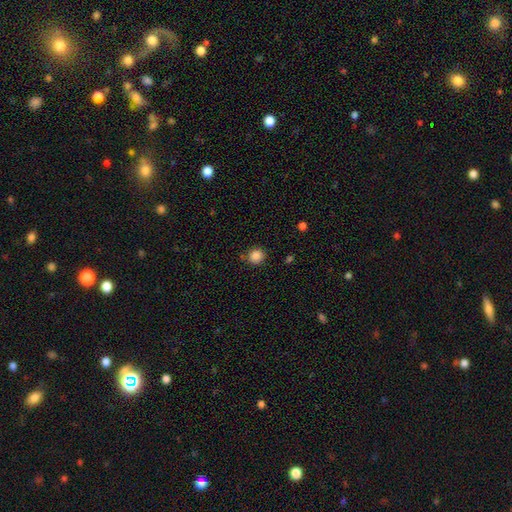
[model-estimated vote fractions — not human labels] This is clearly a smooth galaxy (86%). How rounded: clearly round (87%). Merging: clearly none (82%).